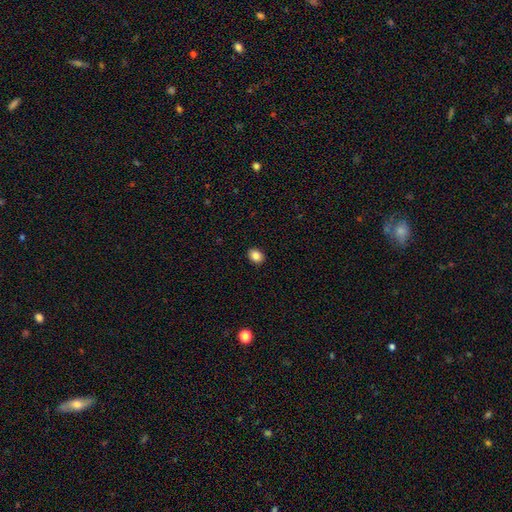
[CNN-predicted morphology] type=smooth (85%); roundness=in between (64%); merging=none (90%).